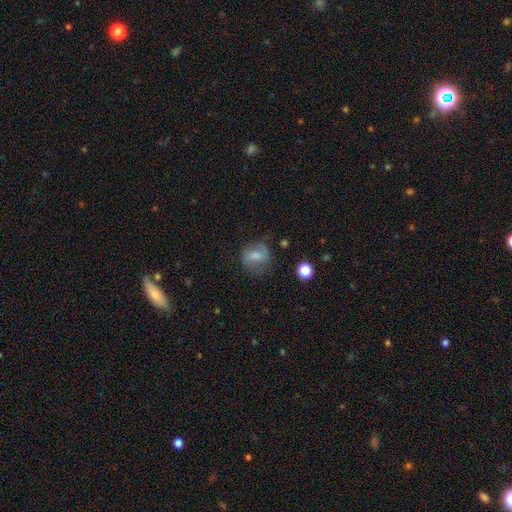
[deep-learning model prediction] smooth-or-featured: smooth: 63% | featured or disk: 26% | star or artifact: 11%
  how-rounded: in between: 50% | round: 47% | cigar-shaped: 2%
  merging: none: 55% | minor disturbance: 27% | major disturbance: 16% | merger: 3%